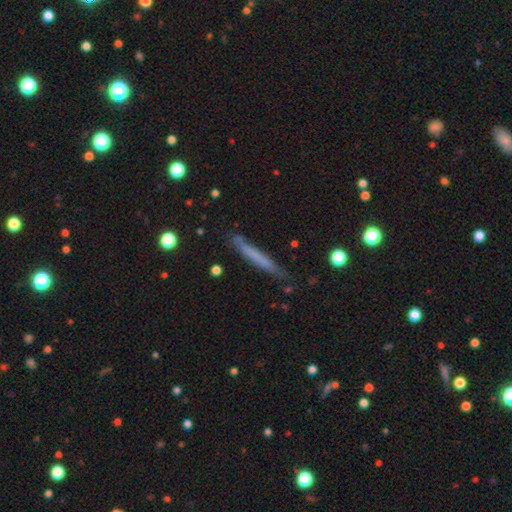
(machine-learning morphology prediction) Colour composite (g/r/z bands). It shows a smooth galaxy with no disk features (57%) that is cigar-shaped (96%). Merging: none (82%).